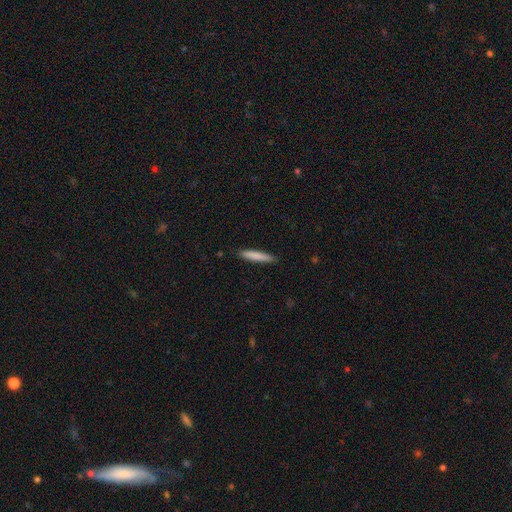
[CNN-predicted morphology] smooth_or_featured: smooth (p=0.81) [alt: featured or disk p=0.14]
how_rounded: cigar-shaped (p=0.92) [alt: in between p=0.07]
merging: none (p=0.89) [alt: minor disturbance p=0.09]